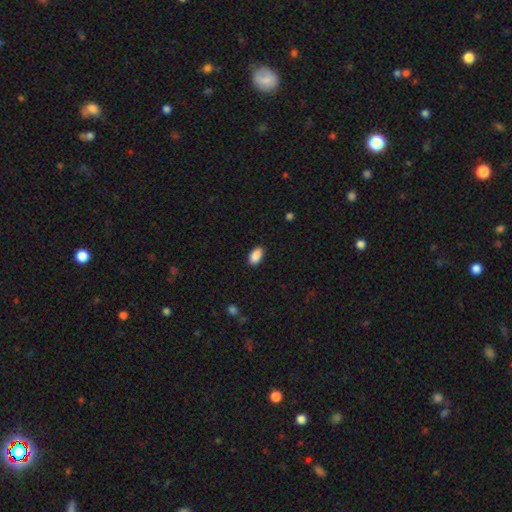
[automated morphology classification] This is clearly a smooth galaxy (90%). How rounded: clearly in between (93%). Merging: clearly none (87%).